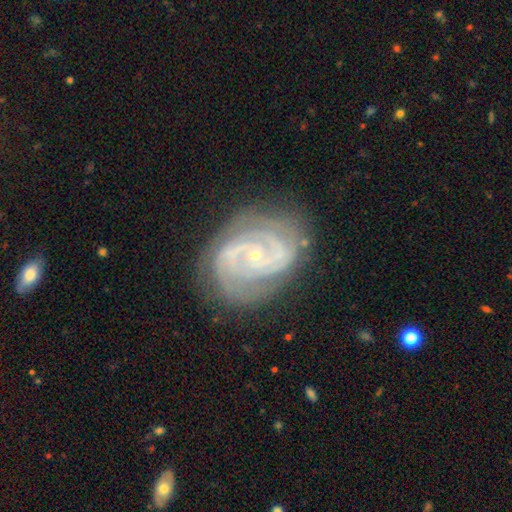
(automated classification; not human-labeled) smooth-or-featured: featured or disk: 88% | star or artifact: 6% | smooth: 6%
  disk-edge-on: no: 97% | yes: 3%
    bar: no: 61% | weak: 29% | strong: 10%
    has-spiral-arms: yes: 97% | no: 3%
      spiral-winding: tight: 59% | medium: 34% | loose: 7%
      spiral-arm-count: 2: 49% | 3: 18% | can't tell: 17% | 4: 7% | more than 4: 5% | 1: 5%
    bulge-size: small: 82% | moderate: 15% | none: 1% | large: 1% | dominant: 1%
  merging: none: 75% | minor disturbance: 17% | major disturbance: 7% | merger: 1%